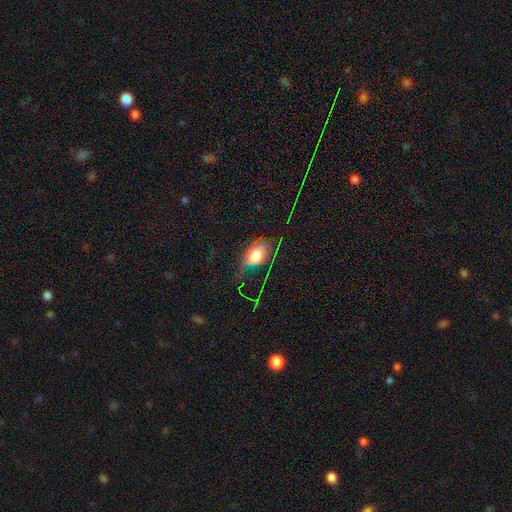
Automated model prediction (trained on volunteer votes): A smooth galaxy with no disk features (63%) that is in between round and cigar-shaped (83%). Merging: none (58%).